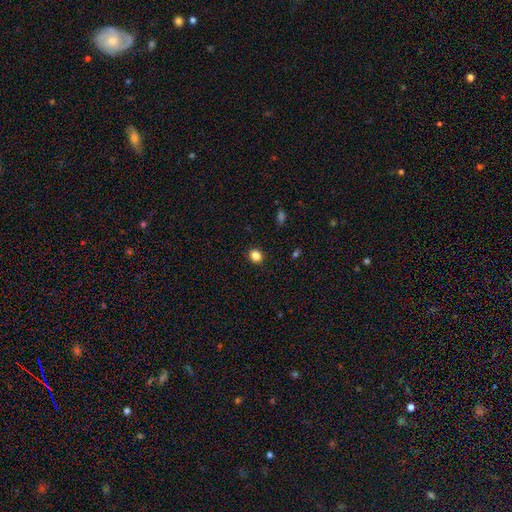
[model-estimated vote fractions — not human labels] Smooth or featured? Predicted: smooth (p=0.85). How rounded? Predicted: round (p=0.70). Merging? Predicted: none (p=0.91).